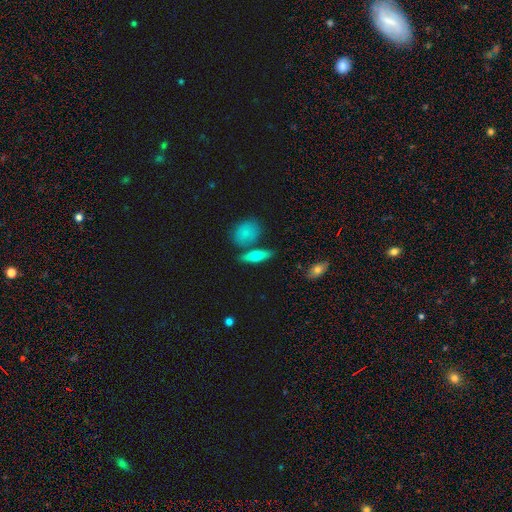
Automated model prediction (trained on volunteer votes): A smooth galaxy with no disk features (59%) that is in between round and cigar-shaped (47%). Merging: none (75%).